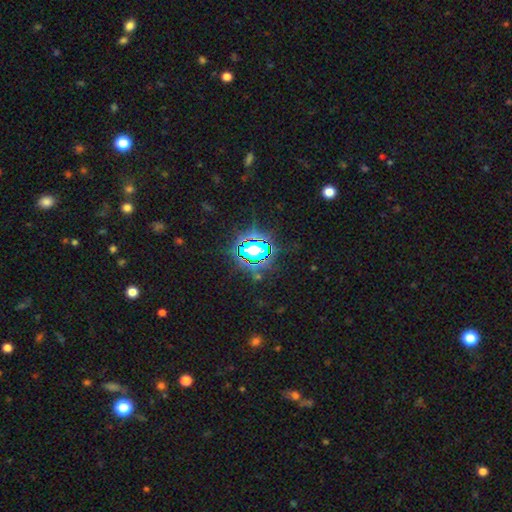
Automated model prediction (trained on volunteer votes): This is likely a star or artifact rather than a galaxy (78%).